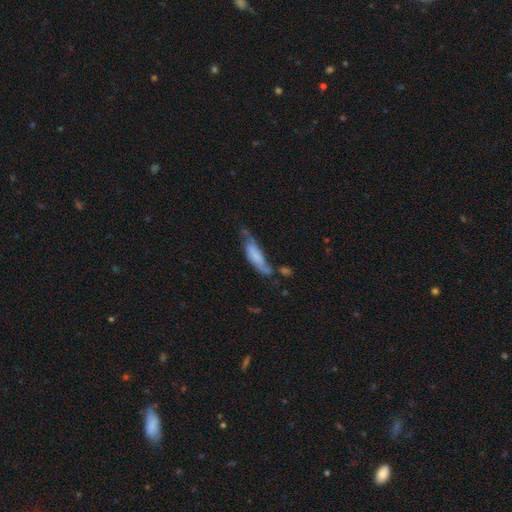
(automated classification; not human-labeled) A smooth galaxy with no disk features (50%).

Vote fractions:
- Smooth or featured? smooth: 50% / featured or disk: 43% / star or artifact: 8%
- Merging? none: 36% / minor disturbance: 30% / major disturbance: 22% / merger: 13%